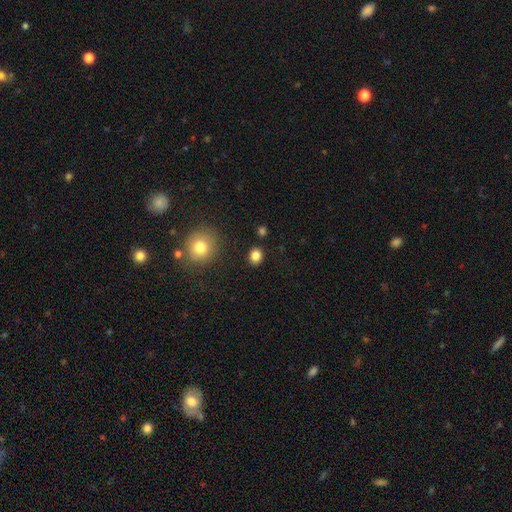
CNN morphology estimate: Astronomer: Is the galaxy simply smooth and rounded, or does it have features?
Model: smooth — 84%.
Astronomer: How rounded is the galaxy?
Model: round — 61% (runner-up: in between, 38%).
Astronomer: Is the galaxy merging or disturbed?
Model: none — 87%.